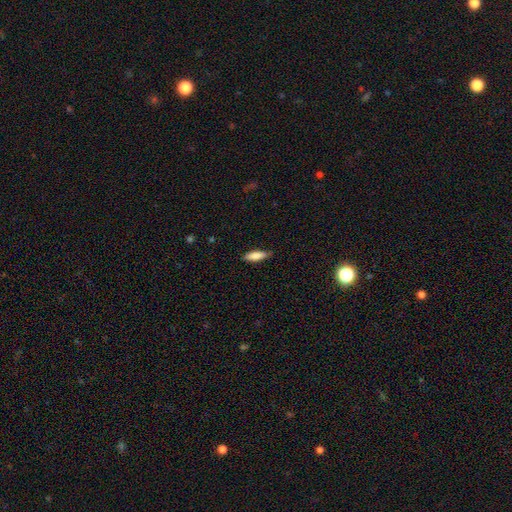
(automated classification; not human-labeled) smooth-or-featured: smooth: 83% | featured or disk: 11% | star or artifact: 6%
  how-rounded: cigar-shaped: 53% | in between: 45% | round: 2%
  merging: none: 82% | minor disturbance: 15% | major disturbance: 2% | merger: 1%